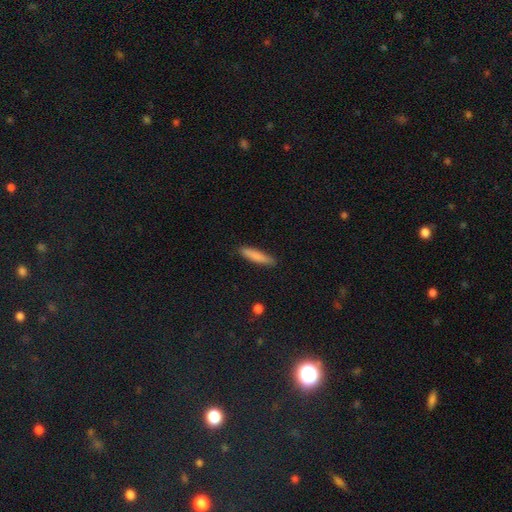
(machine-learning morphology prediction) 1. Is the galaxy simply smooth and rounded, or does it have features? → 82% smooth, 12% featured or disk, 6% star or artifact.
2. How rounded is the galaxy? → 88% cigar-shaped, 11% in between, 1% round.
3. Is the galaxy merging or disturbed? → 89% none, 9% minor disturbance, 2% major disturbance, 1% merger.